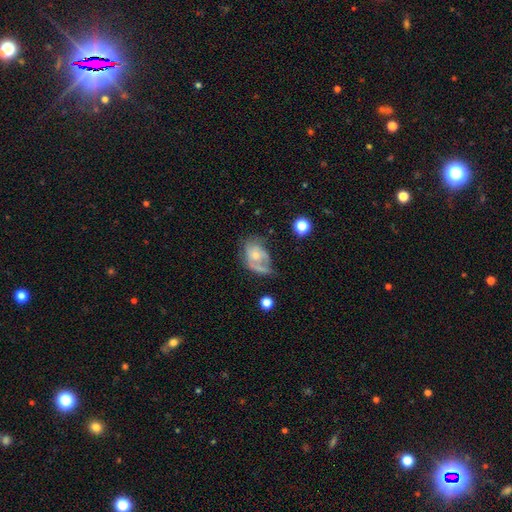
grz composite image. It shows a featured or disk galaxy (63%) with no bar (88%), medium (46%, tied with loose) spiral arms (54%) and a moderate central bulge (50%). Merging: major disturbance (42%).